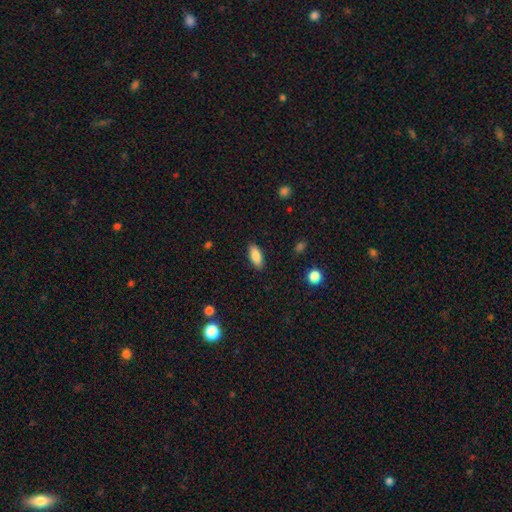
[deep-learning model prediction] Overall: smooth (86%). How rounded: in between (81%). Merging: none (88%).